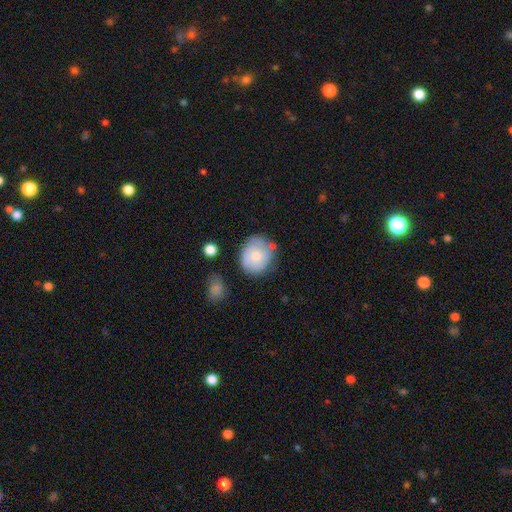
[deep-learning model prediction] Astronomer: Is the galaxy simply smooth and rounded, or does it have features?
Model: smooth — 71%.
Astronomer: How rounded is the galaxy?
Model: round — 75%.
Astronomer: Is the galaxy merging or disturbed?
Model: none — 63%.